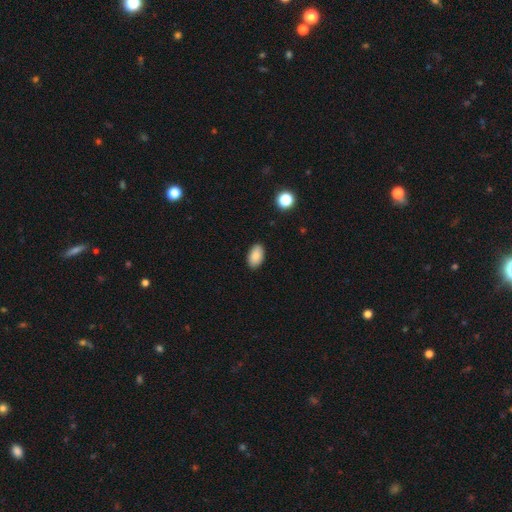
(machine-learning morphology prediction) smooth 87%, star or artifact 8%, featured or disk 5%. Down the decision tree: how rounded — in between (94%); merging — none (89%).